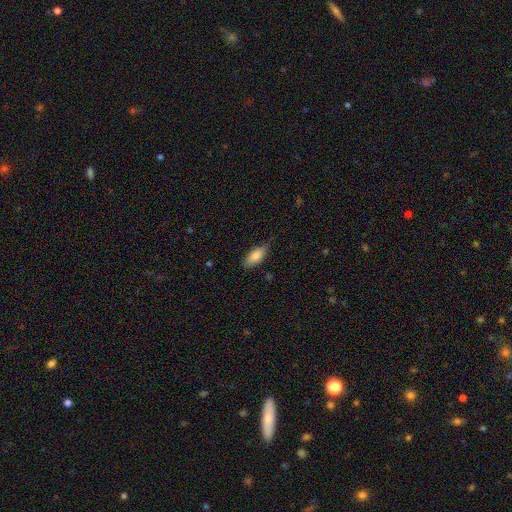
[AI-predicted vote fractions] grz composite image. It shows a smooth galaxy with no disk features (82%) that is in between round and cigar-shaped (79%). Merging: none (77%).